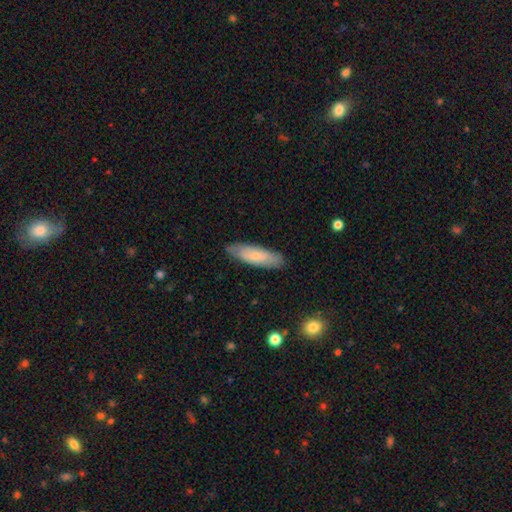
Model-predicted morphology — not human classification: This appears to be a smooth galaxy with no disk features (68%) that is cigar-shaped (50%). Merging: none (81%).